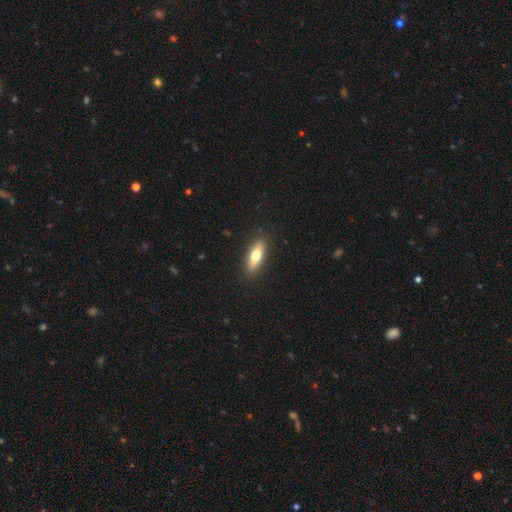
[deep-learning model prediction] Overall: smooth (61%; featured or disk 33%). How rounded: cigar-shaped (49%; in between 48%). Merging: none (89%).